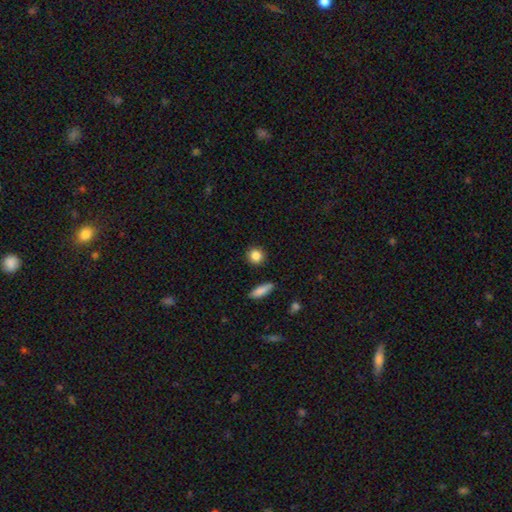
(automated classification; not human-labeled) Smooth or featured: smooth — 86% (star or artifact — 9%)
How rounded: round — 83% (in between — 15%)
Merging: none — 89% (minor disturbance — 7%)